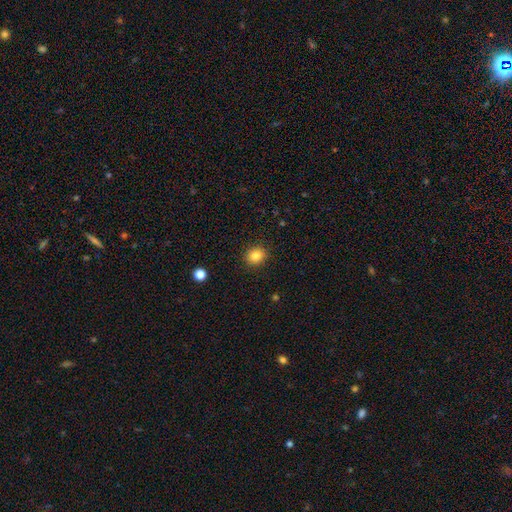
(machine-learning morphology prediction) Smooth or featured? smooth (84%)
How rounded? round (69%)
Merging? none (90%)